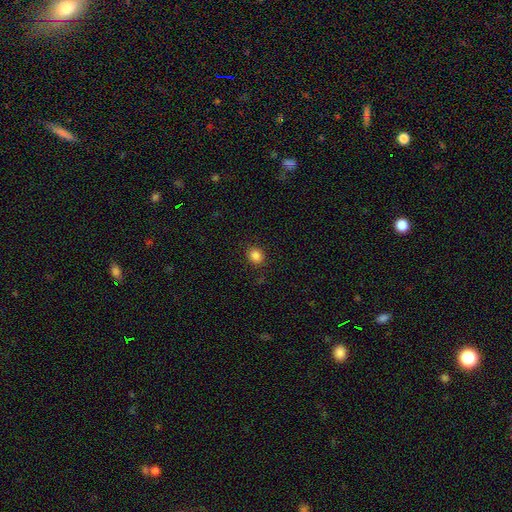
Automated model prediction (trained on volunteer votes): Smooth or featured: smooth — 85% (star or artifact — 11%)
How rounded: round — 73% (in between — 26%)
Merging: none — 89% (minor disturbance — 7%)